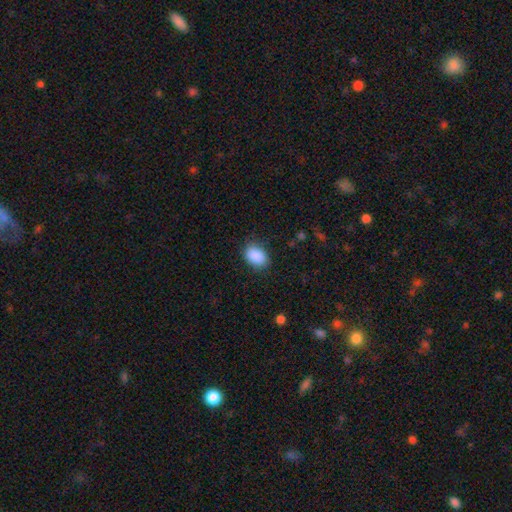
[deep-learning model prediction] The model was most divided on "how rounded": in between: 81%, round: 18%, cigar-shaped: 1%. More confident: smooth or featured — smooth (89%); merging — none (81%).